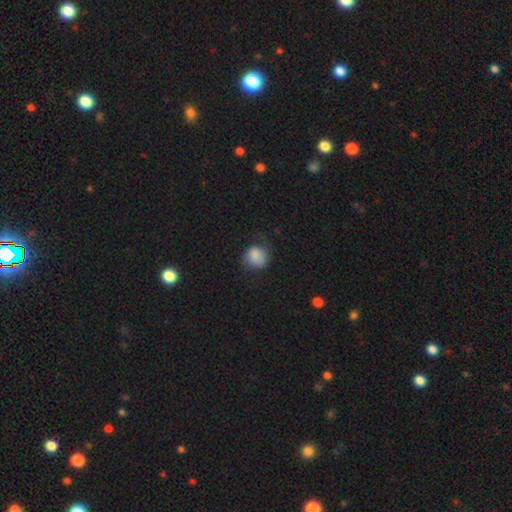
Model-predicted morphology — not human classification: Q: Smooth or featured?
A: smooth (84%); runner-up: featured or disk (8%)
Q: How rounded?
A: round (77%); runner-up: in between (22%)
Q: Merging?
A: none (63%); runner-up: minor disturbance (25%)